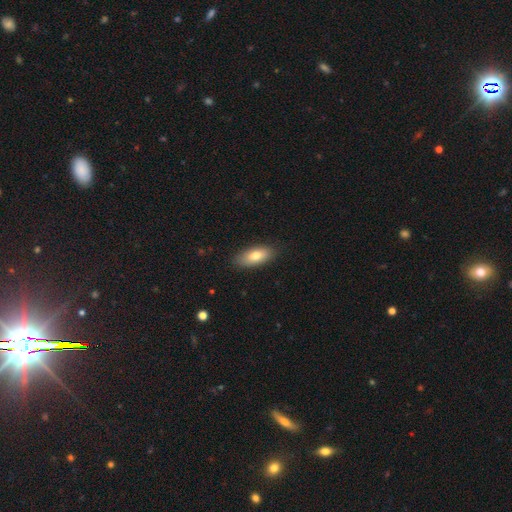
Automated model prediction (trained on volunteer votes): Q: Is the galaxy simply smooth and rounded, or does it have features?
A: smooth — 76%.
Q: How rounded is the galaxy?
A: in between — 83%.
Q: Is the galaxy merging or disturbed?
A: none — 86%.